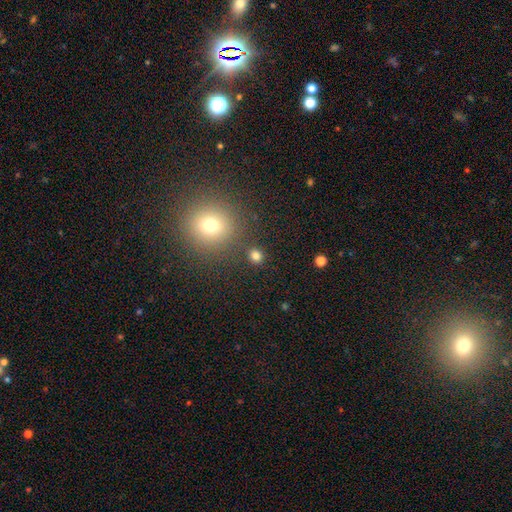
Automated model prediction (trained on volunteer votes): smooth-or-featured: smooth: 79% | star or artifact: 16% | featured or disk: 5%
  how-rounded: round: 80% | in between: 19% | cigar-shaped: 1%
  merging: none: 83% | minor disturbance: 7% | merger: 6% | major disturbance: 3%